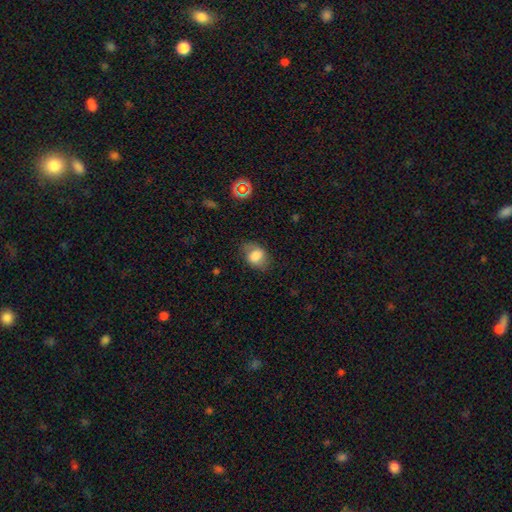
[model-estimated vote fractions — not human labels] Smooth or featured?
  - smooth: 75% *
  - featured or disk: 16%
  - star or artifact: 9%
How rounded?
  - in between: 69% *
  - round: 30%
  - cigar-shaped: 1%
Merging?
  - none: 67% *
  - minor disturbance: 23%
  - major disturbance: 8%
  - merger: 1%